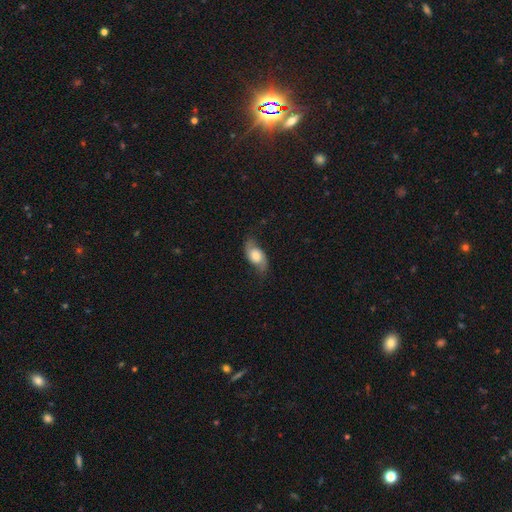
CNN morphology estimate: Smooth or featured? Predicted: smooth (p=0.47). Merging? Predicted: none (p=0.69).